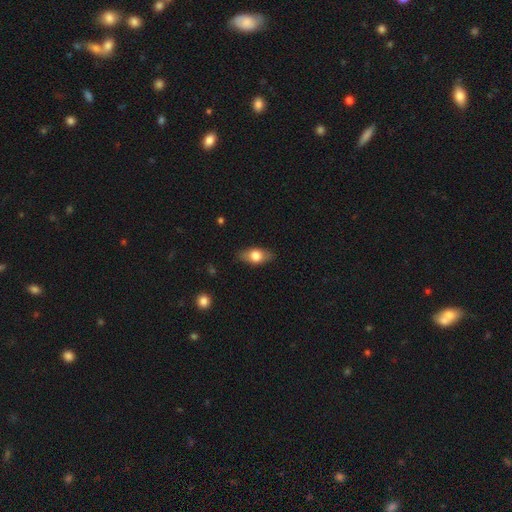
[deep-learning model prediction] This is likely a smooth galaxy (69%). How rounded: clearly in between (83%). Merging: clearly none (83%).